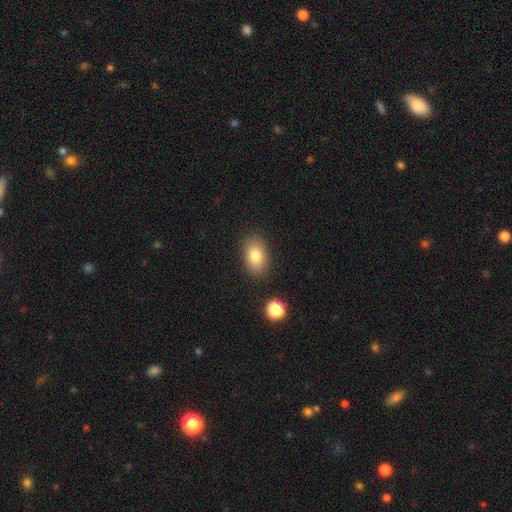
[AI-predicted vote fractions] Smooth or featured? smooth (80%)
How rounded? in between (84%)
Merging? none (86%)